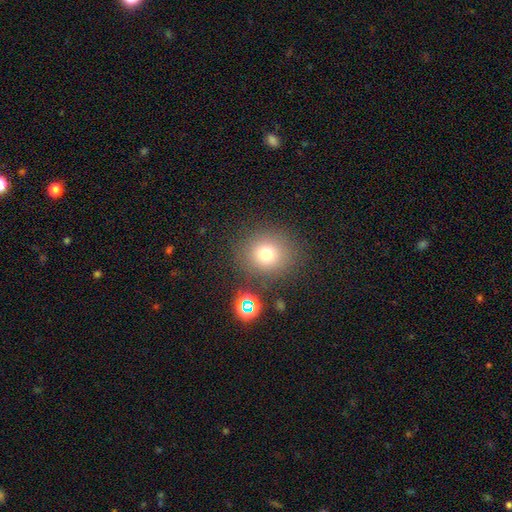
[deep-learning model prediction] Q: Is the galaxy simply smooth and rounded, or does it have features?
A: smooth — 66%.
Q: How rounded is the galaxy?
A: round — 84%.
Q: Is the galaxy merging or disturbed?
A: none — 85%.